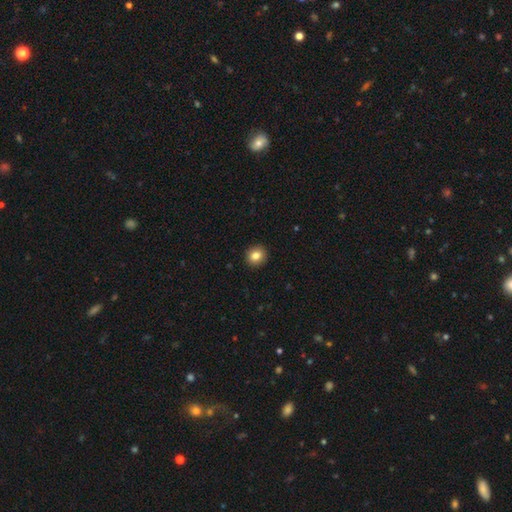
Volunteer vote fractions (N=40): Volunteers were most divided on "how rounded": round: 86%, in between: 14%, cigar-shaped: 0%. More confident: merging — none (92%); smooth or featured — smooth (88%).